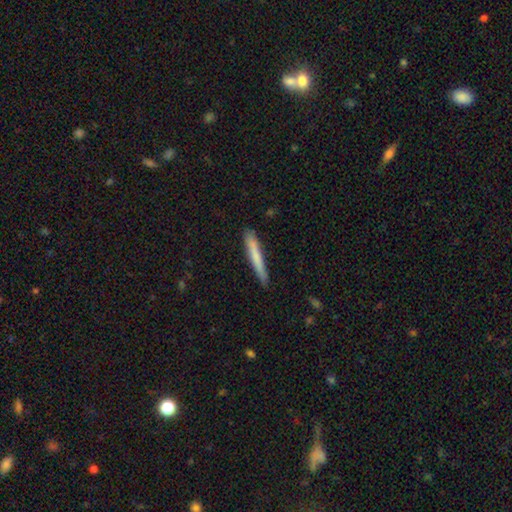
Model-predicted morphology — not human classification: A smooth galaxy with no disk features (71%) that is cigar-shaped (96%). Merging: none (86%).